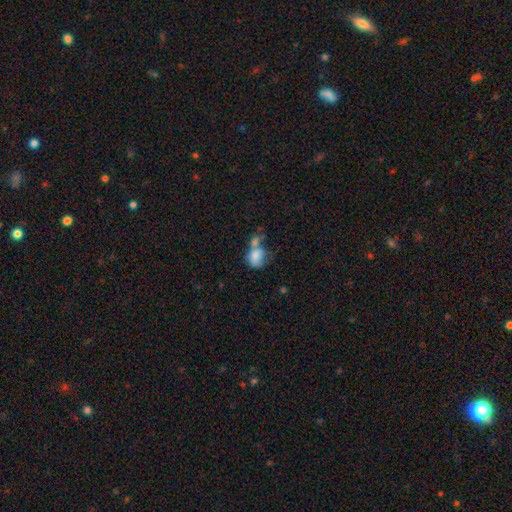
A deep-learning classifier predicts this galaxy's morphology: Smooth or featured?
  - smooth: 71% *
  - featured or disk: 20%
  - star or artifact: 10%
How rounded?
  - in between: 62% *
  - round: 37%
  - cigar-shaped: 2%
Merging?
  - merger: 51% *
  - none: 18%
  - major disturbance: 16%
  - minor disturbance: 14%